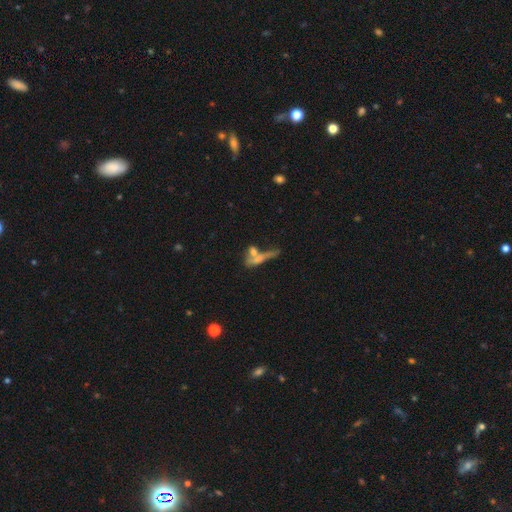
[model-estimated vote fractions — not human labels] Smooth or featured: smooth — 52% (featured or disk — 36%)
How rounded: cigar-shaped — 57% (in between — 30%)
Merging: merger — 41% (none — 32%)